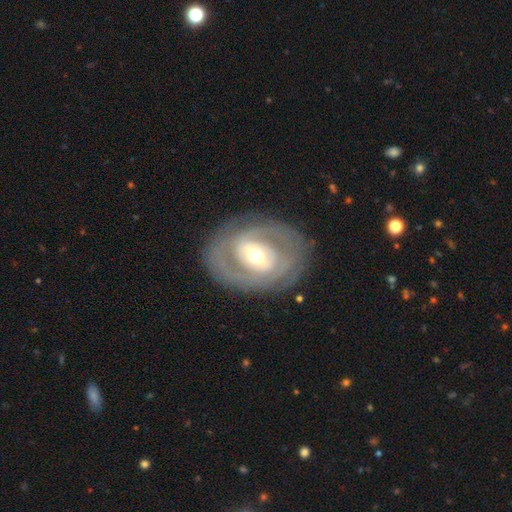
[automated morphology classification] Q: Smooth or featured?
A: featured or disk (80%); runner-up: smooth (15%)
Q: Edge-on disk?
A: no (95%); runner-up: yes (5%)
Q: Bar?
A: weak (39%); tied with: strong (39%)
Q: Spiral arms?
A: yes (71%); runner-up: no (29%)
Q: Spiral winding?
A: tight (59%); runner-up: medium (30%)
Q: Spiral arm count?
A: 2 (60%); runner-up: can't tell (25%)
Q: Bulge size?
A: moderate (65%); runner-up: small (23%)
Q: Merging?
A: none (80%); runner-up: minor disturbance (12%)